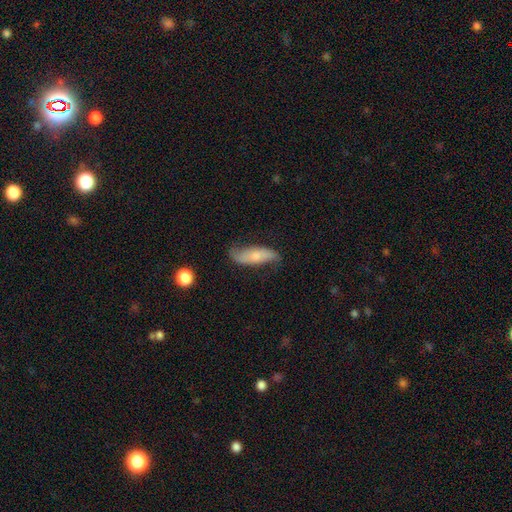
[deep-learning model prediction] smooth_or_featured: featured or disk (p=0.49) [alt: smooth p=0.45]
merging: none (p=0.64) [alt: minor disturbance p=0.26]